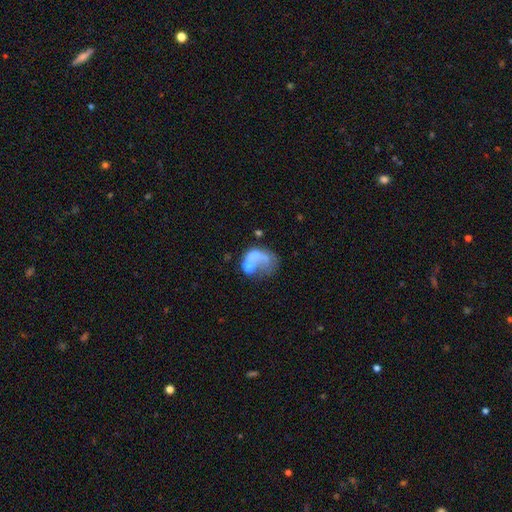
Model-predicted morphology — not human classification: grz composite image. It shows a featured or disk galaxy (48%). Merging: major disturbance (35%, tied with merger).